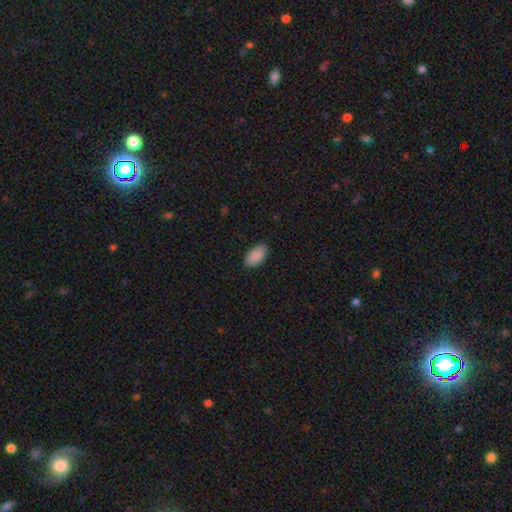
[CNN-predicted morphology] Overall: smooth (90%). How rounded: in between (95%). Merging: none (87%).